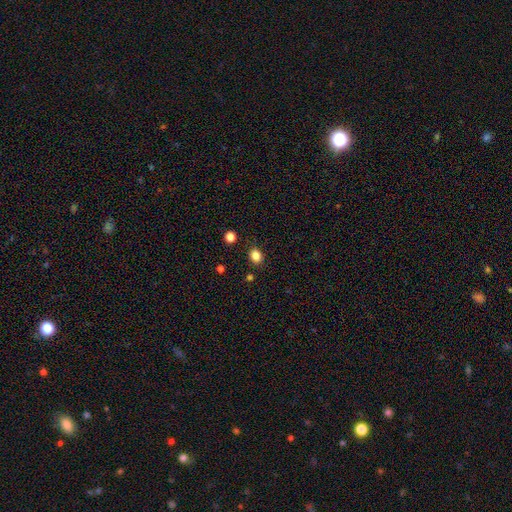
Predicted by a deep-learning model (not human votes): smooth_or_featured: smooth (p=0.83) [alt: star or artifact p=0.12]
how_rounded: round (p=0.57) [alt: in between p=0.42]
merging: none (p=0.87) [alt: minor disturbance p=0.09]